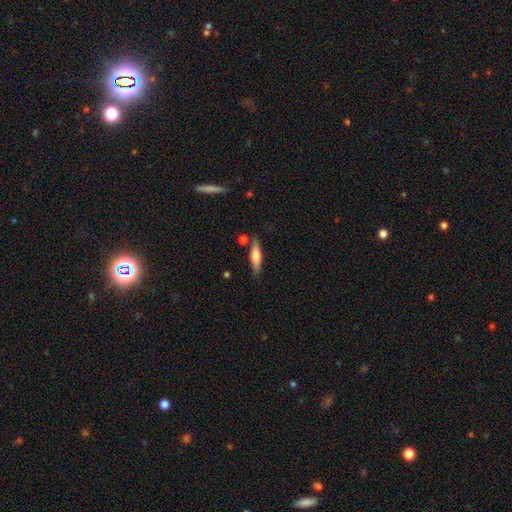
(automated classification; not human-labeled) smooth_or_featured: smooth (p=0.55) [alt: featured or disk p=0.39]
how_rounded: cigar-shaped (p=0.71) [alt: in between p=0.27]
merging: none (p=0.79) [alt: minor disturbance p=0.12]